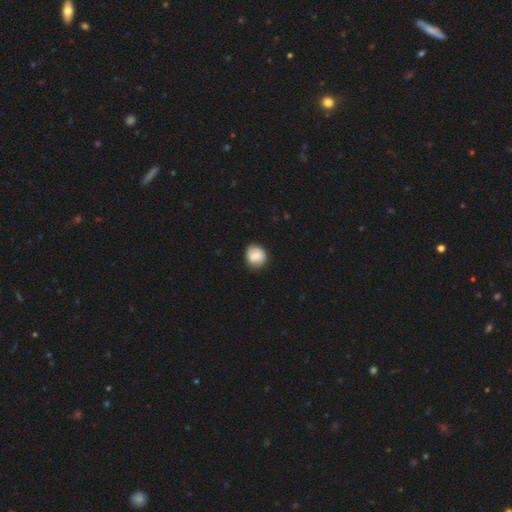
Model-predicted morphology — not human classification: A smooth galaxy with no disk features (81%) that is round (85%). Merging: none (80%).